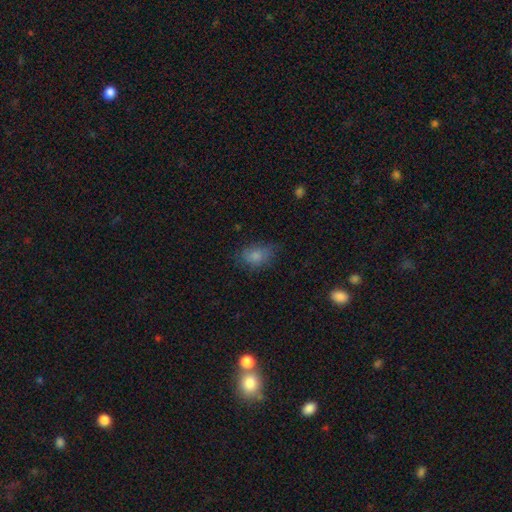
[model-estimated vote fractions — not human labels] Morphology: type=smooth (81%); roundness=in between (78%); merging=none (64%).